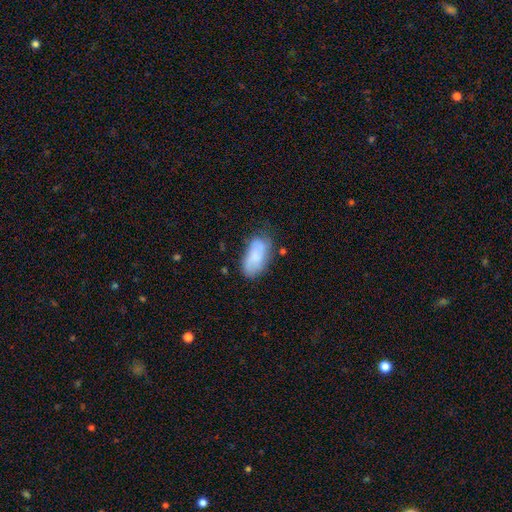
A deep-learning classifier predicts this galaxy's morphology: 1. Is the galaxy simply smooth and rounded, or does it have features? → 69% smooth, 24% featured or disk, 8% star or artifact.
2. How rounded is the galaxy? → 93% in between, 4% cigar-shaped, 3% round.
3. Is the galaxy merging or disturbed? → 56% none, 30% minor disturbance, 10% major disturbance, 4% merger.